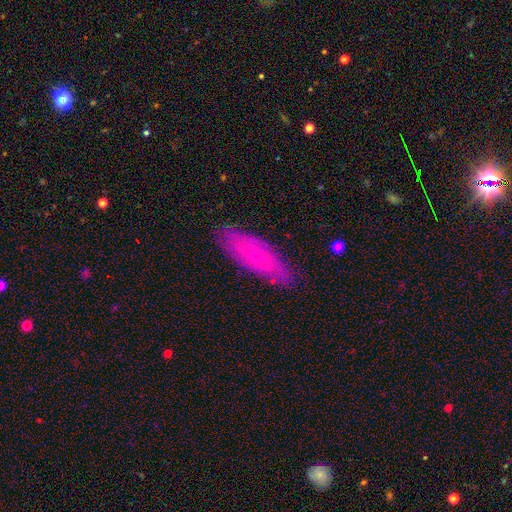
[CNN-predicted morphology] Smooth or featured? Predicted: featured or disk (p=0.54). Edge-on disk? Predicted: no (p=0.76). Merging? Predicted: none (p=0.81).